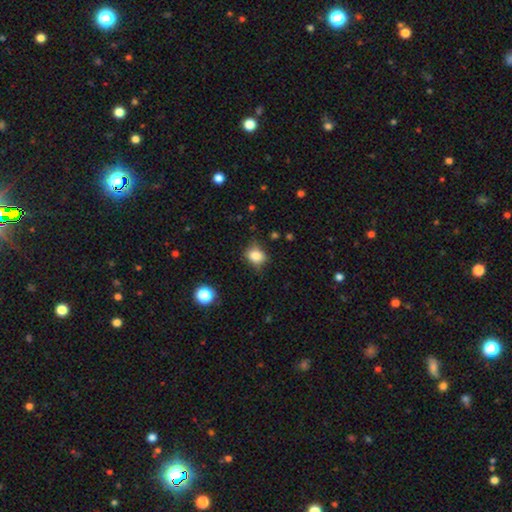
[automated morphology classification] This appears to be a smooth galaxy with no disk features (80%) that is round (51%). Merging: none (65%).